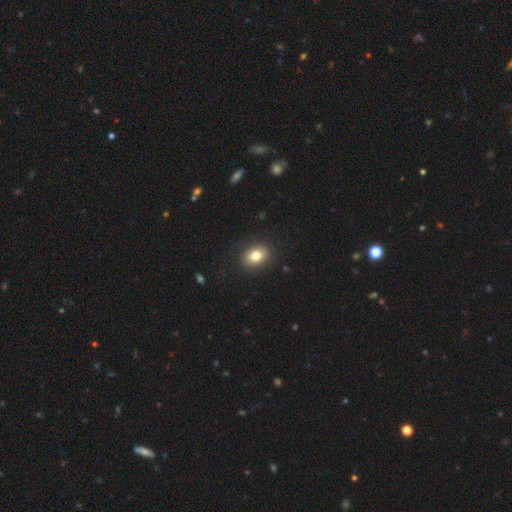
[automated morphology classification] Smooth or featured? smooth (80%)
How rounded? in between (66%)
Merging? none (88%)